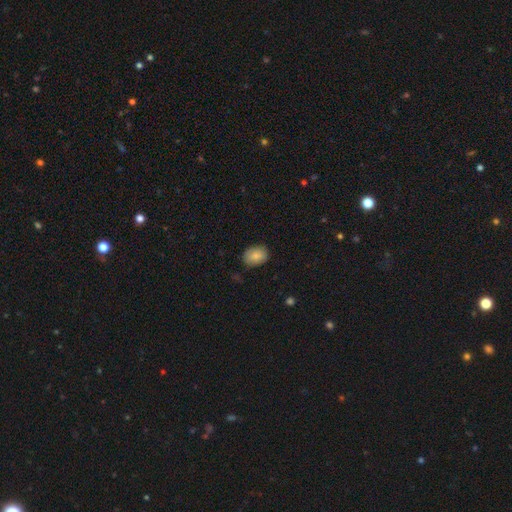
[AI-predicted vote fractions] A smooth galaxy with no disk features (86%) that is in between round and cigar-shaped (74%). Merging: none (82%).